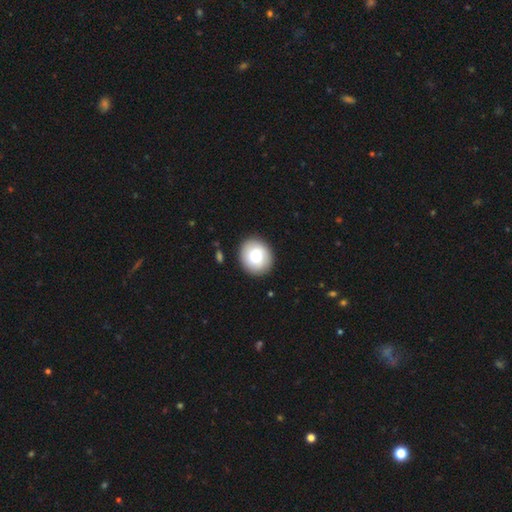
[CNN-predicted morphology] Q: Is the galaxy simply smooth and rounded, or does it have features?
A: smooth — 78%.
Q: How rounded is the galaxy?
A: round — 76%.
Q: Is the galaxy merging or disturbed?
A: none — 90%.